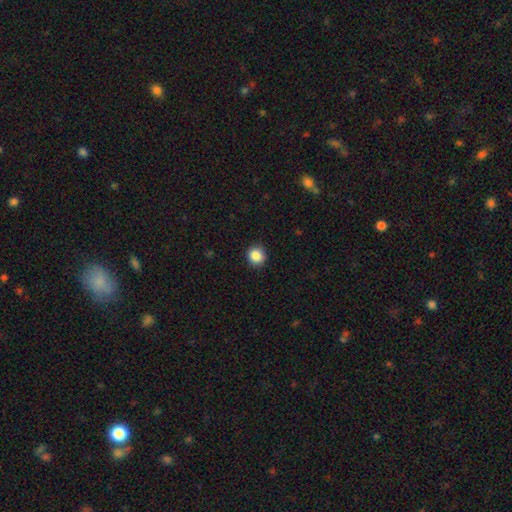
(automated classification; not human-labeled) This is clearly a smooth galaxy (87%). How rounded: clearly round (91%). Merging: clearly none (91%).